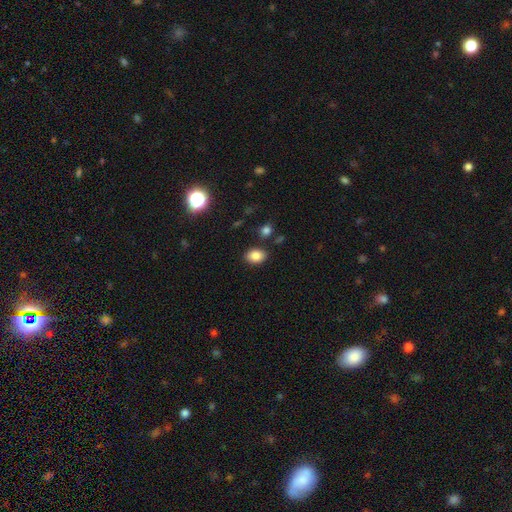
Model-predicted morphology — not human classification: A smooth galaxy with no disk features (84%) that is in between round and cigar-shaped (79%). Merging: none (84%).